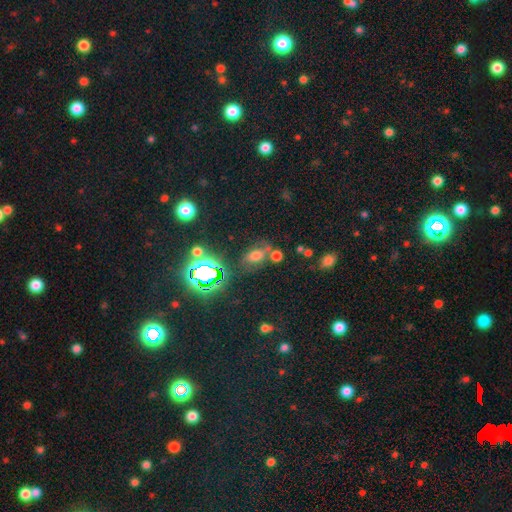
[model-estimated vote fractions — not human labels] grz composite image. It shows a smooth galaxy with no disk features (54%) that is in between round and cigar-shaped (75%). Merging: none (58%).